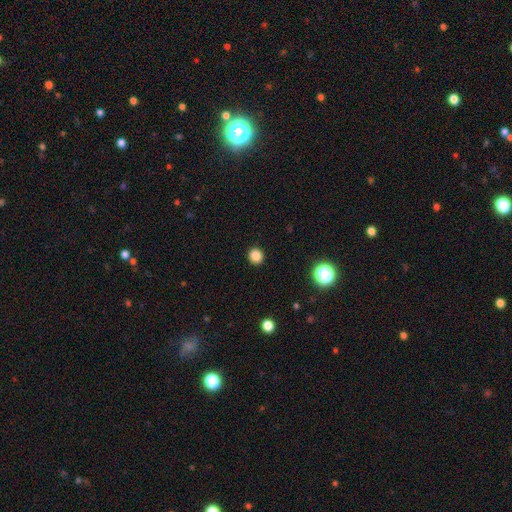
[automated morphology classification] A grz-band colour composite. It shows a smooth galaxy with no disk features (84%) that is round (91%). Merging: none (93%).